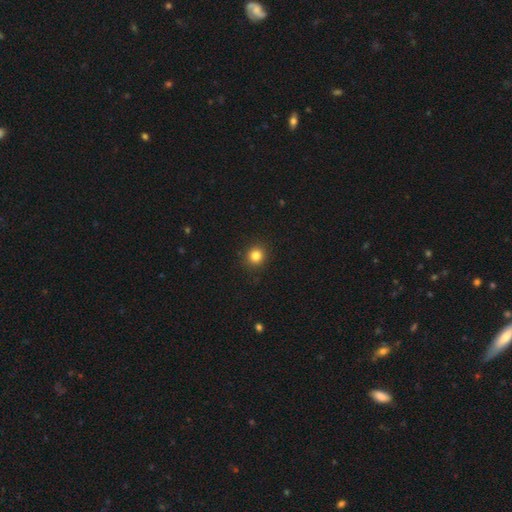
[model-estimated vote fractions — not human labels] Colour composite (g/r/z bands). It shows a smooth galaxy with no disk features (83%) that is round (88%). Merging: none (91%).